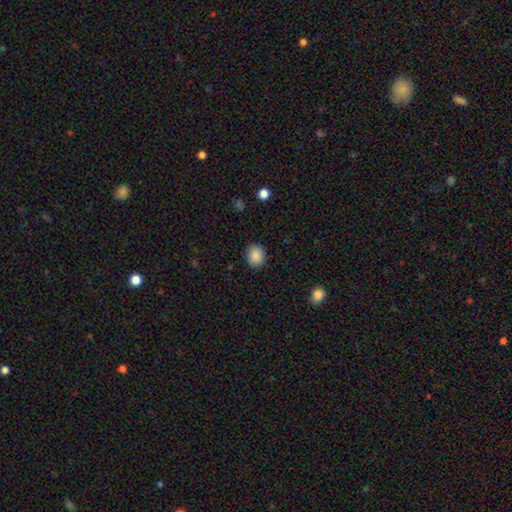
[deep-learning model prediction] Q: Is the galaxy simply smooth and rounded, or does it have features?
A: smooth — 87%.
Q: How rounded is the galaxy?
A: round — 73%.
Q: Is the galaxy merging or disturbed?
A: none — 88%.